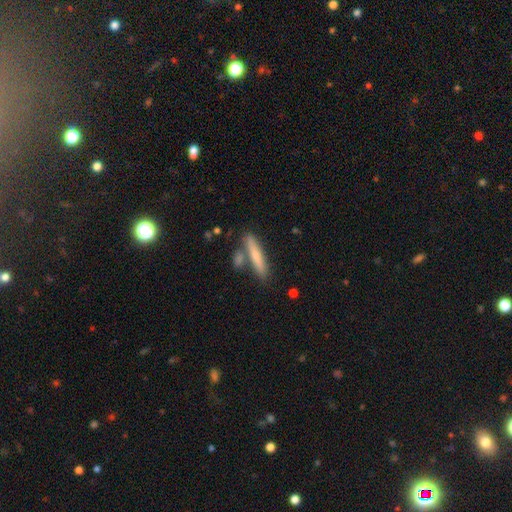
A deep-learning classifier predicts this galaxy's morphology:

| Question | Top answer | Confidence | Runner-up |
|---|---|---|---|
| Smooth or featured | smooth | 69% | featured or disk (25%) |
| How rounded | cigar-shaped | 88% | in between (10%) |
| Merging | none | 72% | merger (13%) |